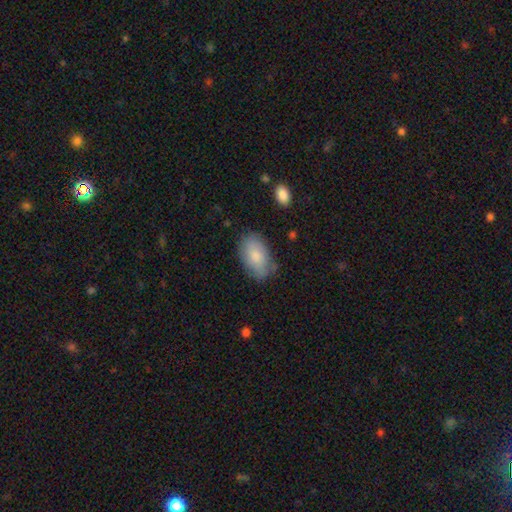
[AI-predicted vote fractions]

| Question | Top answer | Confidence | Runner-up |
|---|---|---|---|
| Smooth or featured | smooth | 81% | featured or disk (13%) |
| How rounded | in between | 93% | round (5%) |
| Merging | none | 74% | minor disturbance (20%) |